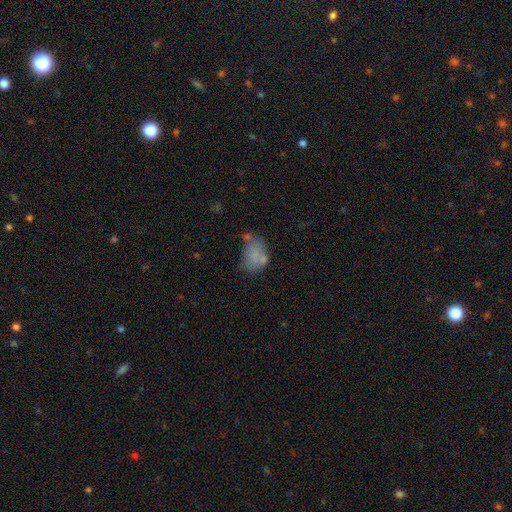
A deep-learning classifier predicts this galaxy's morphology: This is likely a smooth galaxy (70%). How rounded: likely in between (77%). Merging: marginally none (36%).